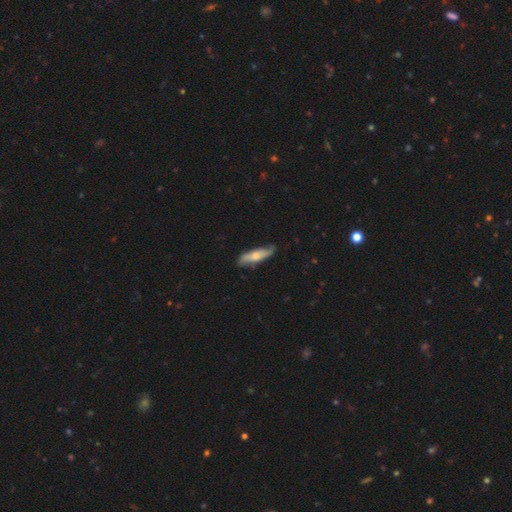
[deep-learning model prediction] smooth 52%, featured or disk 43%, star or artifact 6%. Down the decision tree: how rounded — cigar-shaped (61%); merging — none (77%).